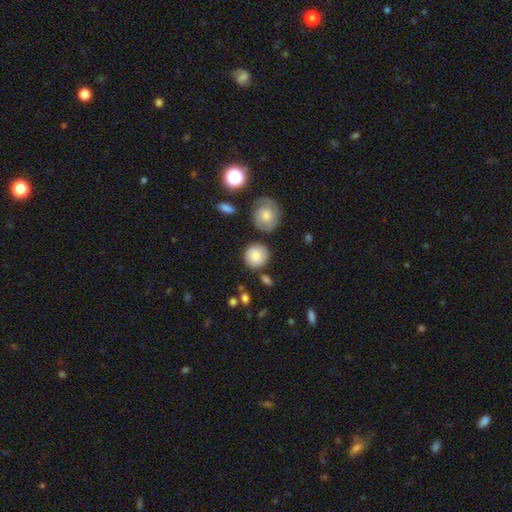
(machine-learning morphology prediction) The model was most divided on "merging": none: 81%, minor disturbance: 11%, merger: 5%, major disturbance: 3%. More confident: how rounded — round (92%); smooth or featured — smooth (83%).